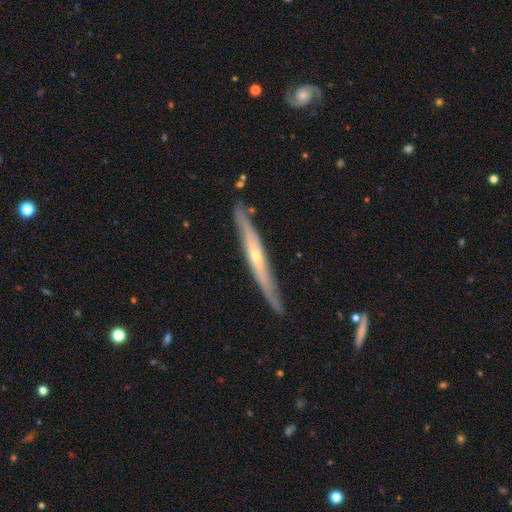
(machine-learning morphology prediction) featured or disk 73%, smooth 21%, star or artifact 6%. Down the decision tree: edge-on disk — yes (90%); edge-on bulge — rounded (61%); merging — none (84%).